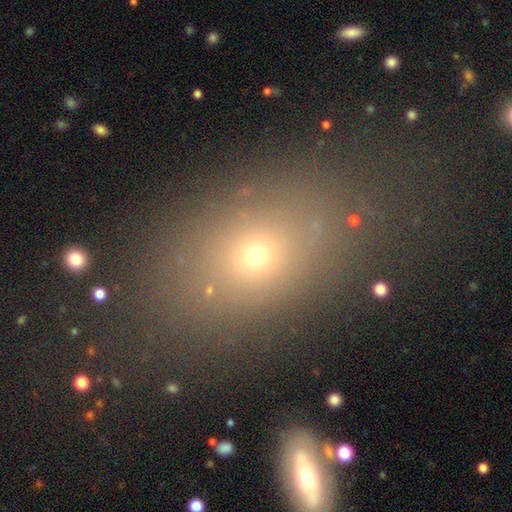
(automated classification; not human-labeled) Smooth or featured: smooth — 62% (star or artifact — 22%)
How rounded: in between — 73% (round — 23%)
Merging: none — 76% (minor disturbance — 13%)